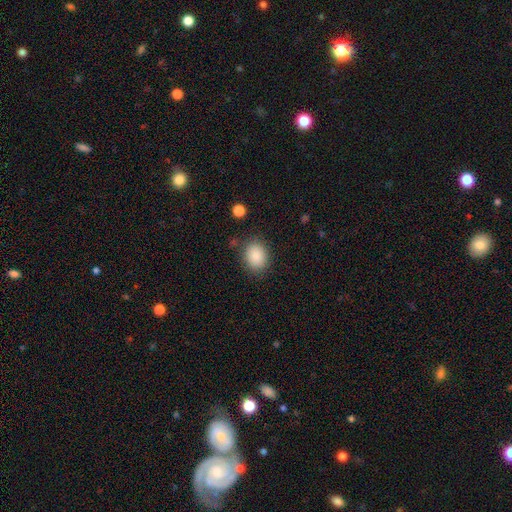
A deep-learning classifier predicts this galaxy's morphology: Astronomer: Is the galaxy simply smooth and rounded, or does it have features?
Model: smooth — 87%.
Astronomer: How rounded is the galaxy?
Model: in between — 53% (runner-up: round, 46%).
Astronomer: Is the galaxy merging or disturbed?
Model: none — 82%.